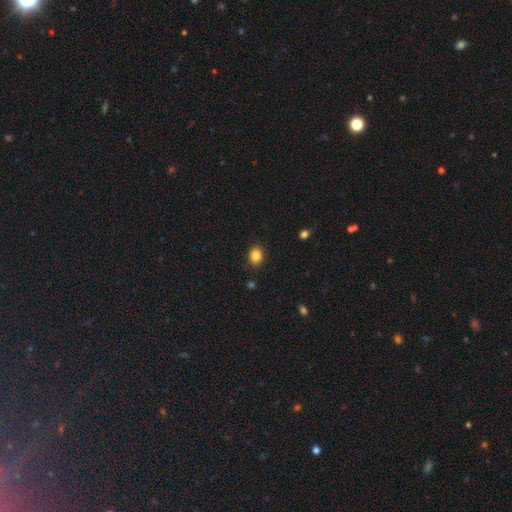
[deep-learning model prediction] smooth_or_featured: smooth (p=0.85) [alt: star or artifact p=0.10]
how_rounded: round (p=0.56) [alt: in between p=0.43]
merging: none (p=0.88) [alt: minor disturbance p=0.09]